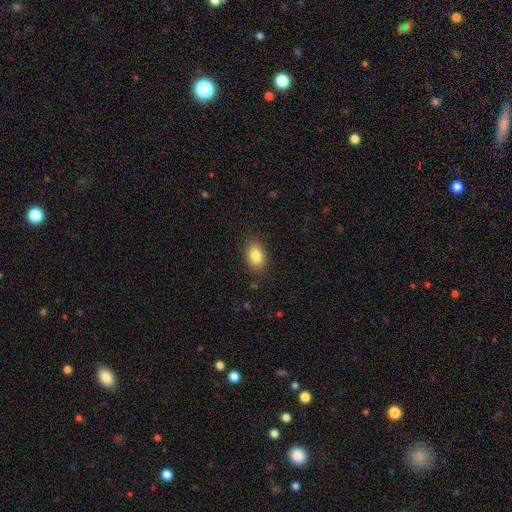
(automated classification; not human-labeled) Smooth or featured? smooth (84%)
How rounded? in between (83%)
Merging? none (86%)